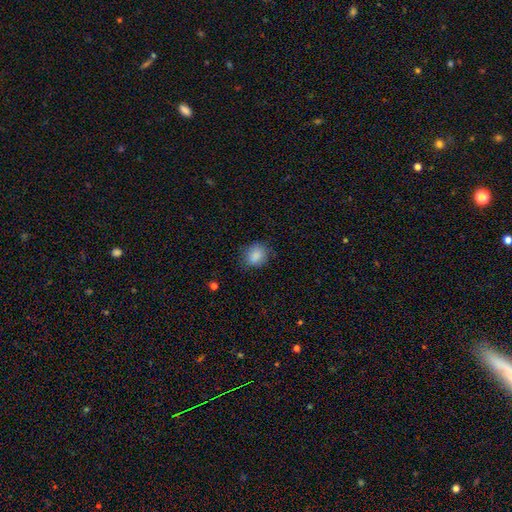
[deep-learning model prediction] smooth-or-featured: smooth: 87% | star or artifact: 8% | featured or disk: 5%
  how-rounded: round: 54% | in between: 45% | cigar-shaped: 1%
  merging: none: 79% | minor disturbance: 16% | major disturbance: 4% | merger: 1%